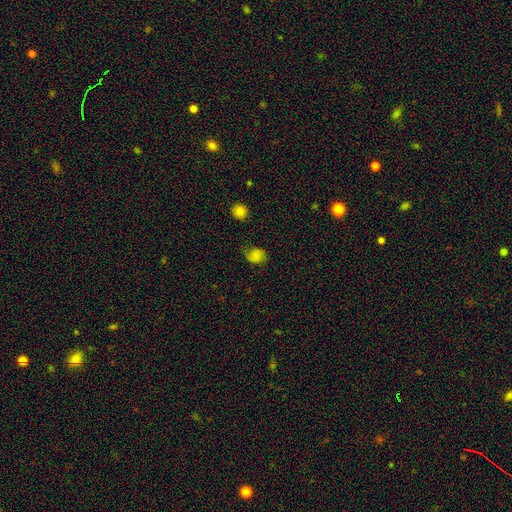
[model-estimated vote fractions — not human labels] This is likely a smooth galaxy (68%). How rounded: possibly round (55%). Merging: likely none (62%).